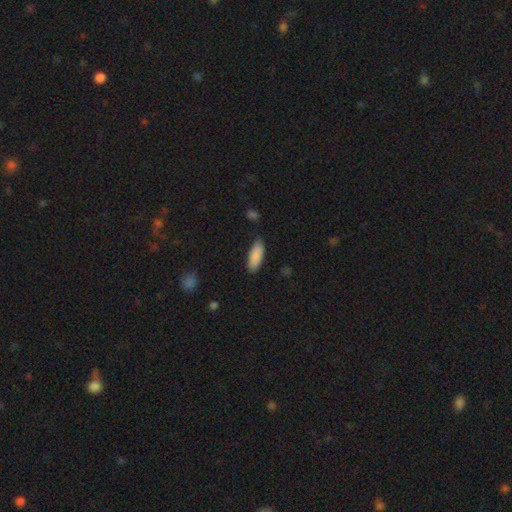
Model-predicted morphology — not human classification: This appears to be a smooth galaxy with no disk features (89%) that is in between round and cigar-shaped (66%). Merging: none (83%).